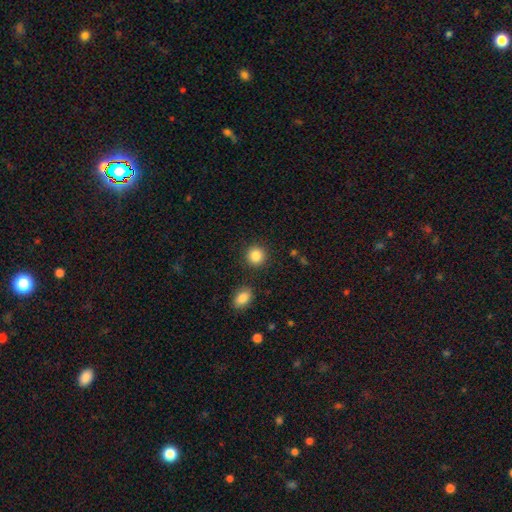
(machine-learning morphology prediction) smooth_or_featured: smooth (p=0.86) [alt: star or artifact p=0.09]
how_rounded: round (p=0.90) [alt: in between p=0.09]
merging: none (p=0.88) [alt: minor disturbance p=0.06]